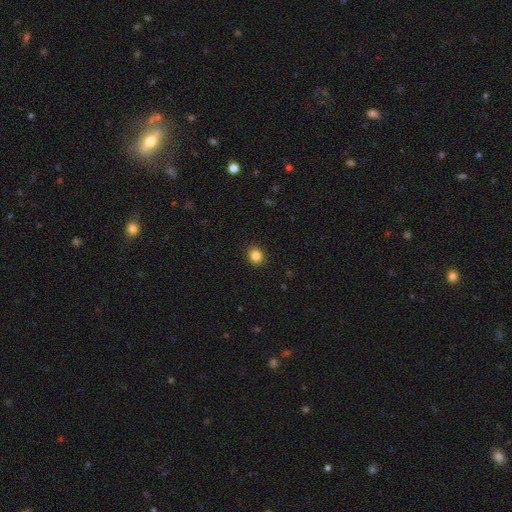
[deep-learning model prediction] smooth 85%, star or artifact 11%, featured or disk 4%. Down the decision tree: how rounded — round (80%); merging — none (91%).